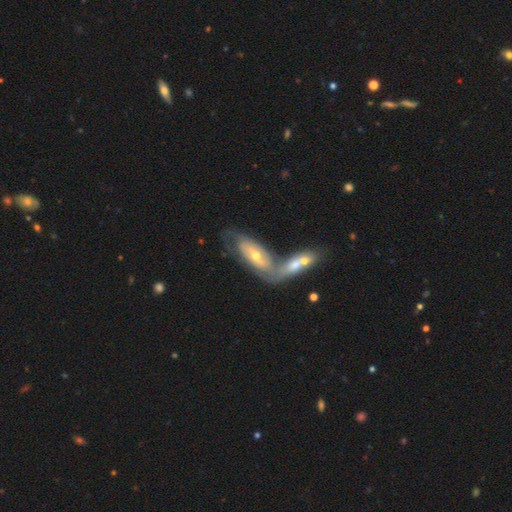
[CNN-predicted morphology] A featured or disk galaxy (65%) with no bar (72%), spiral arms (69%) and a moderate central bulge (49%). Merging: merger (58%).